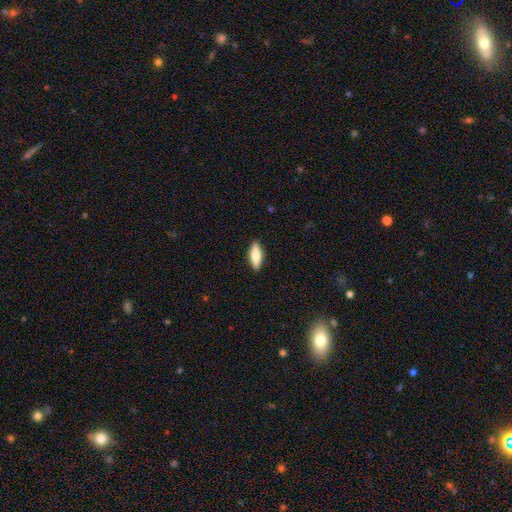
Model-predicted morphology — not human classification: This appears to be a smooth galaxy with no disk features (67%) that is in between round and cigar-shaped (59%). Merging: none (90%).